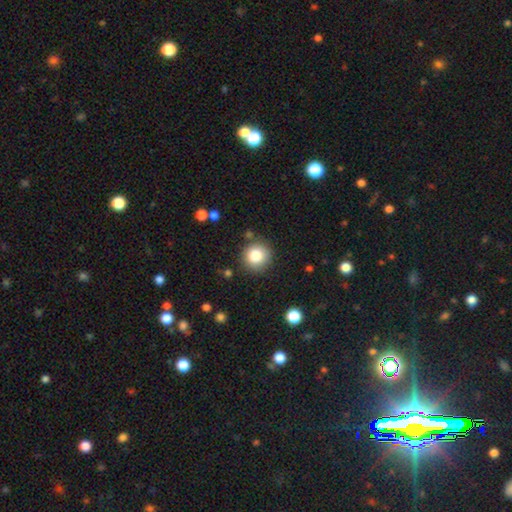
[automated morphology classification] The model was most divided on "merging": none: 83%, minor disturbance: 10%, merger: 3%, major disturbance: 3%. More confident: how rounded — round (92%); smooth or featured — smooth (84%).